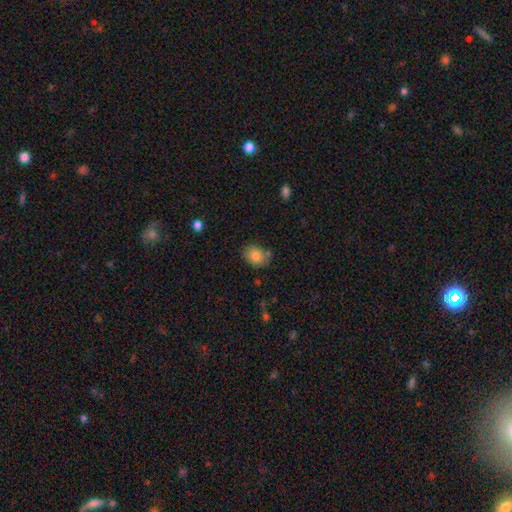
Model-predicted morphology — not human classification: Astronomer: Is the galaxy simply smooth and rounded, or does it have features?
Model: smooth — 83%.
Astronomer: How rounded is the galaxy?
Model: in between — 56% (runner-up: round, 43%).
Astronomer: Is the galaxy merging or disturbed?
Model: none — 73%.